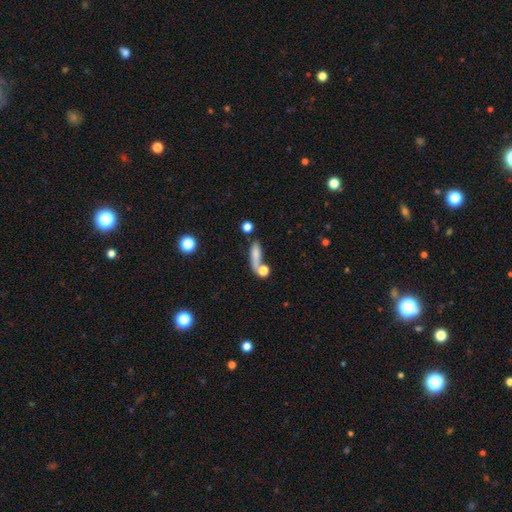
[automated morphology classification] Smooth or featured?
  - smooth: 73% *
  - featured or disk: 17%
  - star or artifact: 10%
How rounded?
  - cigar-shaped: 52% *
  - in between: 38%
  - round: 10%
Merging?
  - none: 45% *
  - merger: 28%
  - minor disturbance: 16%
  - major disturbance: 11%